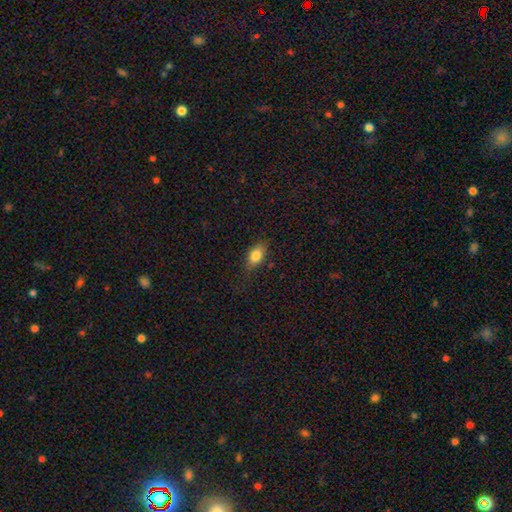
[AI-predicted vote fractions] Overall: smooth (81%). How rounded: in between (88%). Merging: none (80%).